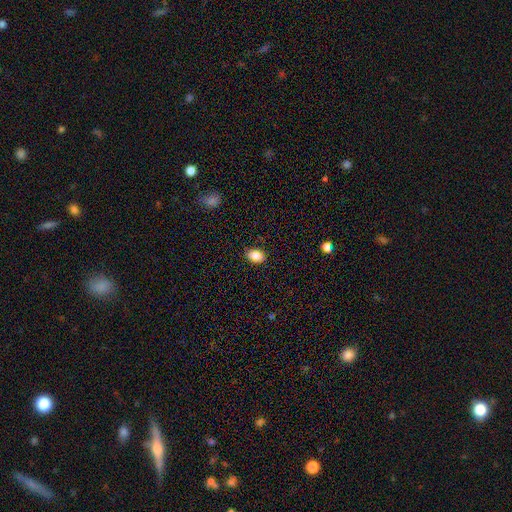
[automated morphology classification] A smooth galaxy with no disk features (87%) that is in between round and cigar-shaped (79%).

Vote fractions:
- Smooth or featured? smooth: 87% / star or artifact: 8% / featured or disk: 4%
- How rounded? in between: 79% / round: 20% / cigar-shaped: 1%
- Merging? none: 87% / minor disturbance: 10% / major disturbance: 2% / merger: 1%